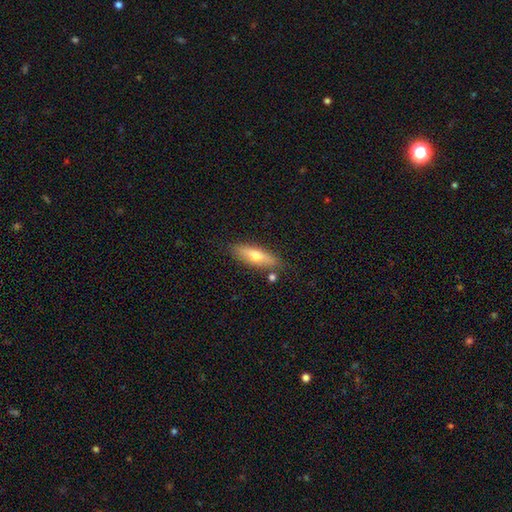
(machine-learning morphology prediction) Smooth or featured?
  - smooth: 58% *
  - featured or disk: 36%
  - star or artifact: 6%
How rounded?
  - cigar-shaped: 56% *
  - in between: 41%
  - round: 3%
Merging?
  - none: 80% *
  - minor disturbance: 12%
  - merger: 5%
  - major disturbance: 3%